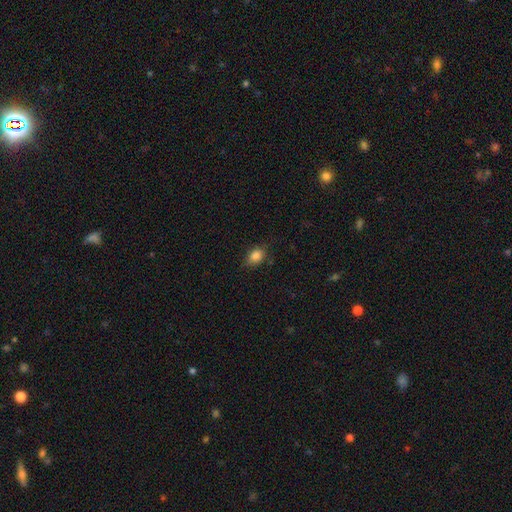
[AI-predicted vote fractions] smooth_or_featured: smooth (p=0.84) [alt: star or artifact p=0.10]
how_rounded: in between (p=0.67) [alt: round p=0.31]
merging: none (p=0.72) [alt: minor disturbance p=0.22]